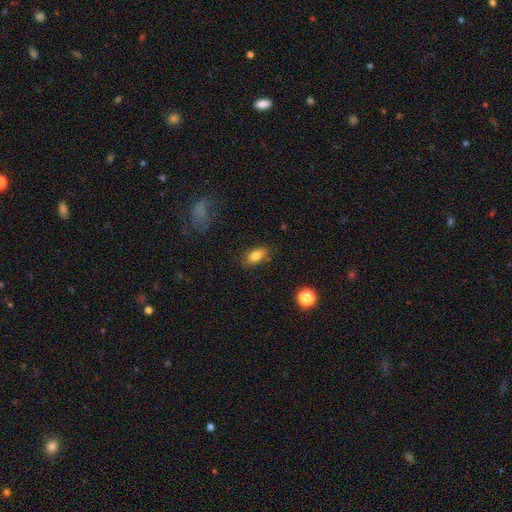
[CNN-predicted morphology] This appears to be a smooth galaxy with no disk features (81%) that is in between round and cigar-shaped (86%). Merging: none (82%).